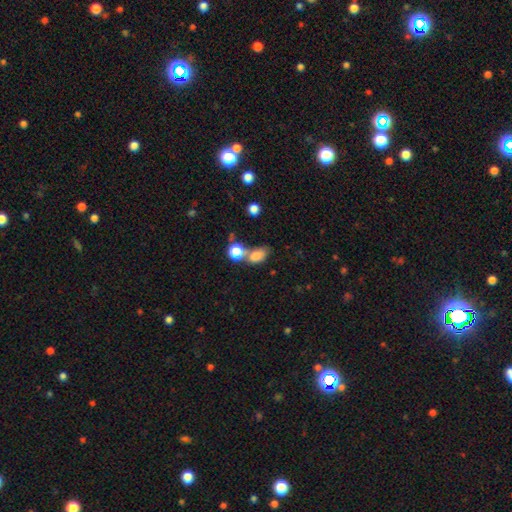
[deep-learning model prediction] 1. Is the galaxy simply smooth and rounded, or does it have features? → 78% smooth, 12% star or artifact, 10% featured or disk.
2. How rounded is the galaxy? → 79% in between, 19% round, 2% cigar-shaped.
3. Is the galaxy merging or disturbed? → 42% merger, 36% none, 13% minor disturbance, 8% major disturbance.